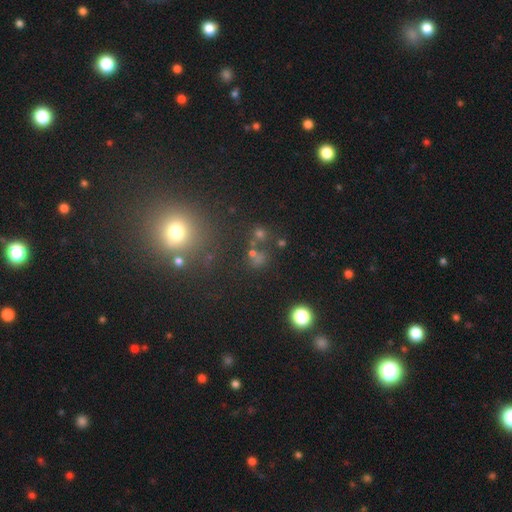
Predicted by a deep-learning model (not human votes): This appears to be a smooth galaxy with no disk features (51%) that is round (84%). Merging: none (67%).